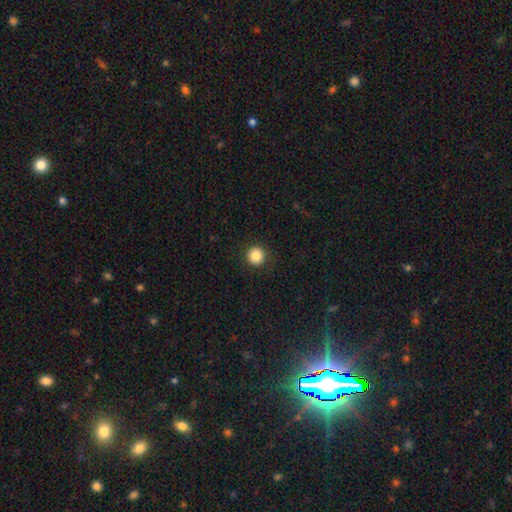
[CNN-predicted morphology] The model was most divided on "smooth or featured": smooth: 85%, star or artifact: 11%, featured or disk: 4%. More confident: how rounded — round (95%); merging — none (92%).